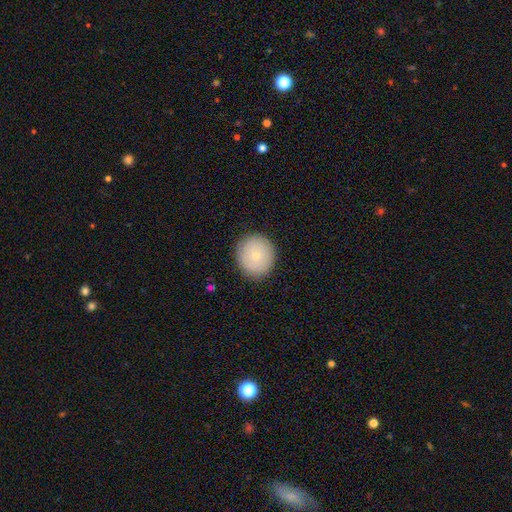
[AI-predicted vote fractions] Smooth or featured? smooth (77%)
How rounded? round (87%)
Merging? none (89%)